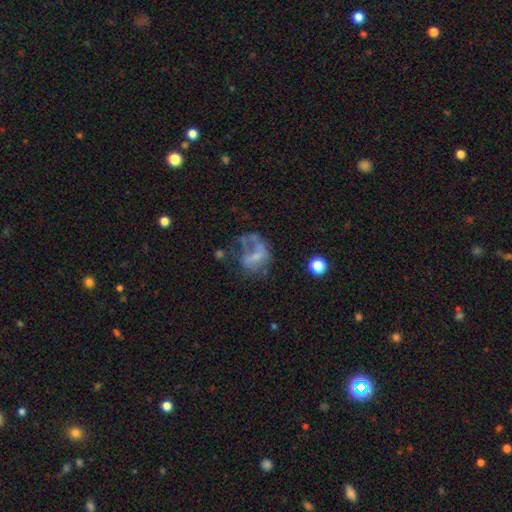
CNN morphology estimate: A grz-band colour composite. It shows a featured or disk galaxy (48%). Merging: major disturbance (46%).